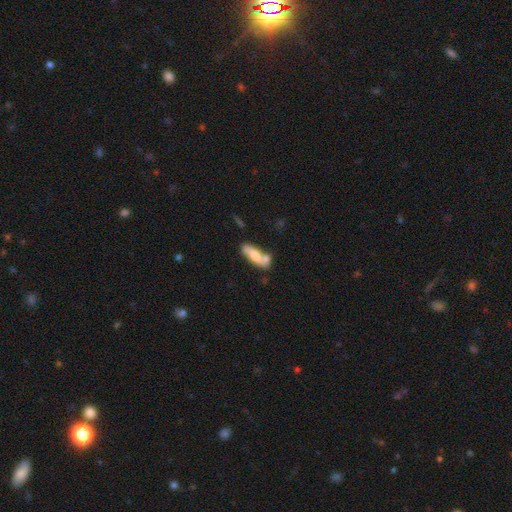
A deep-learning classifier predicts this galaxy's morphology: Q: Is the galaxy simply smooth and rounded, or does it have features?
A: smooth — 57%.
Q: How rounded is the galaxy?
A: in between — 57%.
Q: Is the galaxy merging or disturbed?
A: none — 46%.